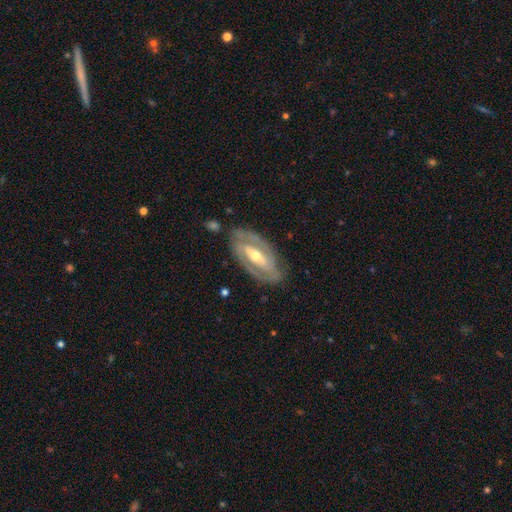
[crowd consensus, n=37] A featured or disk galaxy (86%) with a strong bar (57%), 2 (93%) tight (50%) spiral arms (100%) and a moderate central bulge (50%).

Vote fractions:
- Smooth or featured? featured or disk: 86% / smooth: 8% / star or artifact: 5%
- Edge-on disk? no: 94% / yes: 6%
- Bar? strong: 57% / no: 27% / weak: 17%
- Spiral arms? yes: 100% / no: 0%
- Spiral winding? tight: 50% / medium: 40% / loose: 10%
- Spiral arm count? 2: 93% / 1: 3% / can't tell: 3% / 3: 0% / 4: 0% / more than 4: 0%
- Bulge size? moderate: 50% / small: 43% / large: 7% / dominant: 0% / none: 0%
- Merging? none: 83% / minor disturbance: 9% / merger: 9% / major disturbance: 0%